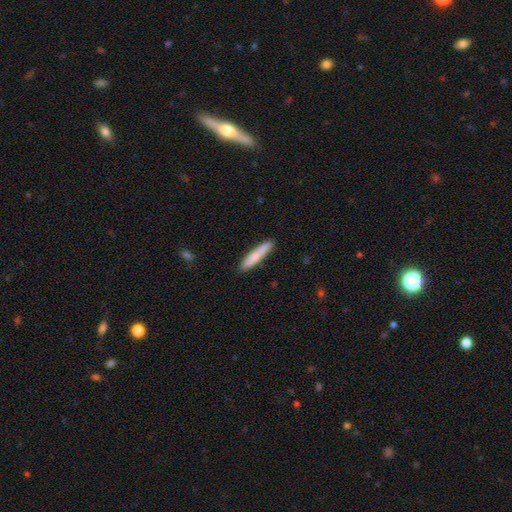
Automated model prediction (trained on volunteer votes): smooth-or-featured: smooth: 78% | featured or disk: 16% | star or artifact: 6%
  how-rounded: cigar-shaped: 90% | in between: 9% | round: 1%
  merging: none: 86% | minor disturbance: 10% | major disturbance: 2% | merger: 1%